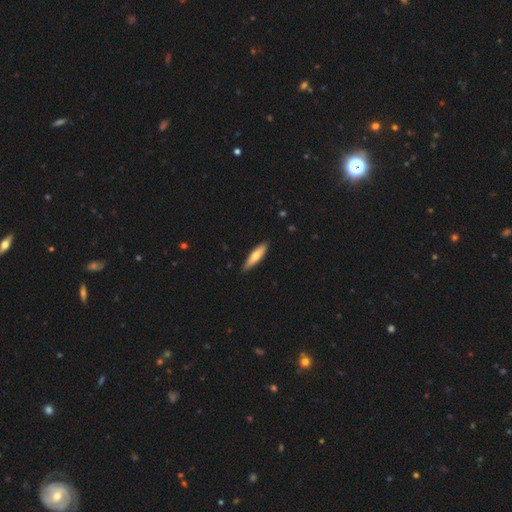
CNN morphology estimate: This is likely a smooth galaxy (63%). How rounded: likely cigar-shaped (73%). Merging: clearly none (88%).